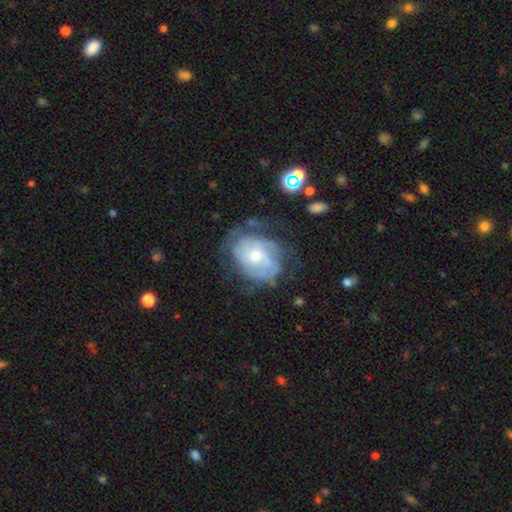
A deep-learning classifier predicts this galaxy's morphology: Overall: featured or disk (68%). Edge-on disk: no (97%). Bar: no (69%). Spiral arms: yes (73%). Bulge size: moderate (50%; small 43%). Merging: none (48%; minor disturbance 27%).